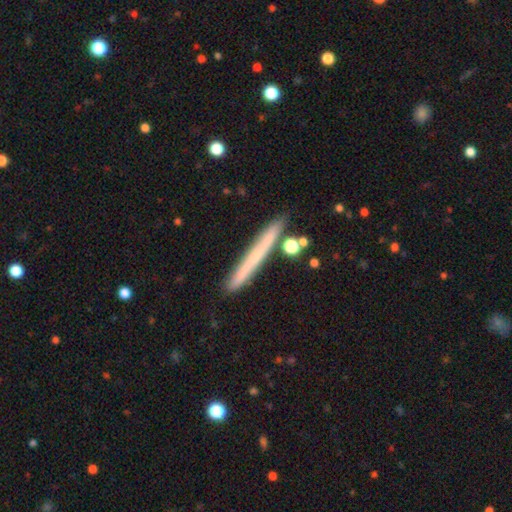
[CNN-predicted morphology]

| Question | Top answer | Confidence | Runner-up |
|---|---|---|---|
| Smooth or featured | smooth | 55% | featured or disk (38%) |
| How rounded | cigar-shaped | 97% | in between (2%) |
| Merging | none | 84% | minor disturbance (10%) |